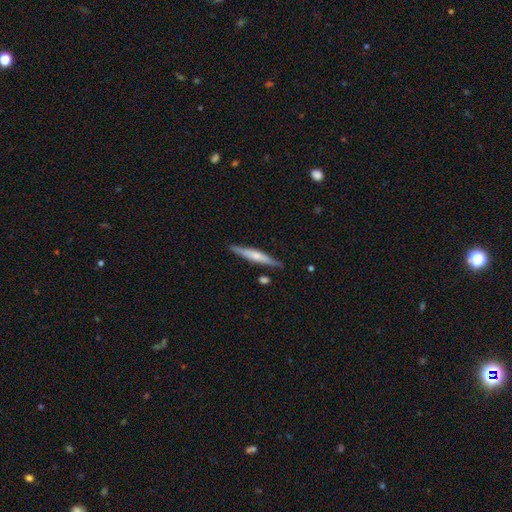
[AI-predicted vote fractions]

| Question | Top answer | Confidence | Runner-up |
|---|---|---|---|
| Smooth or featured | smooth | 48% | featured or disk (47%) |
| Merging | none | 86% | minor disturbance (10%) |